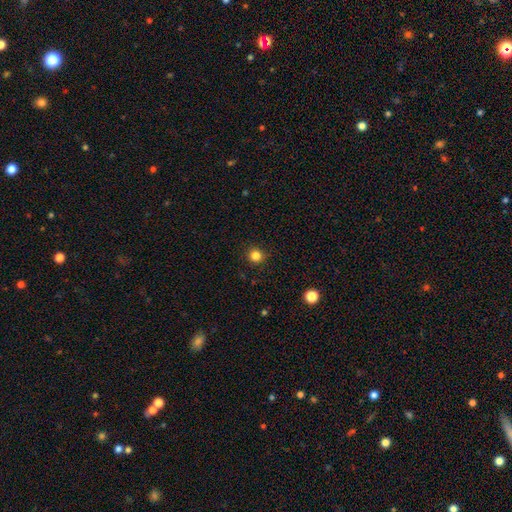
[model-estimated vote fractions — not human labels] A smooth galaxy with no disk features (83%) that is round (94%).

Vote fractions:
- Smooth or featured? smooth: 83% / star or artifact: 13% / featured or disk: 4%
- How rounded? round: 94% / in between: 5% / cigar-shaped: 1%
- Merging? none: 92% / minor disturbance: 6% / major disturbance: 2% / merger: 1%